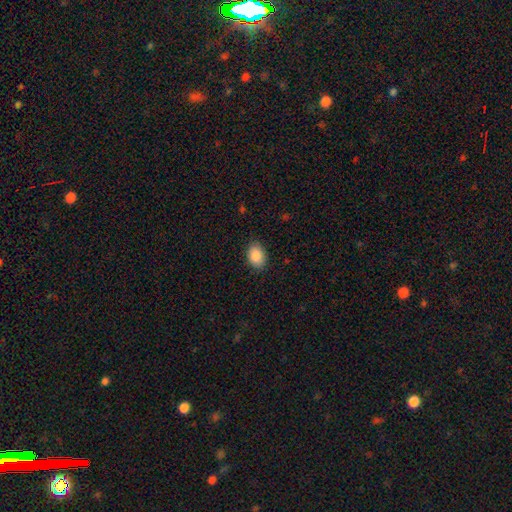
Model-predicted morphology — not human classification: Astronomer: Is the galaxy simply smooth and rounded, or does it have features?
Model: smooth — 88%.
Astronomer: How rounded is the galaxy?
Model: in between — 82%.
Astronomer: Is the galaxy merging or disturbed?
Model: none — 86%.